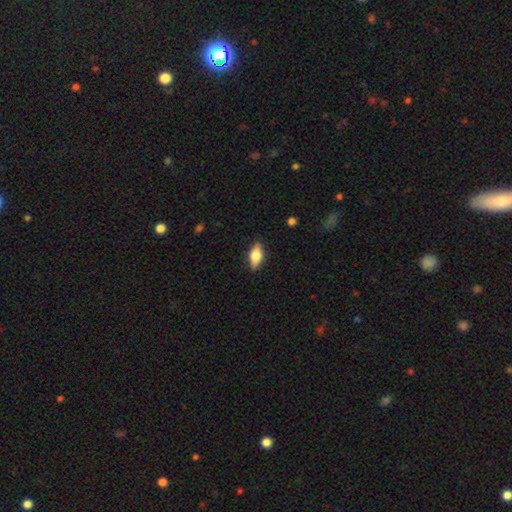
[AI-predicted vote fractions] A smooth galaxy with no disk features (66%) that is in between round and cigar-shaped (79%).

Vote fractions:
- Smooth or featured? smooth: 66% / featured or disk: 28% / star or artifact: 7%
- How rounded? in between: 79% / cigar-shaped: 18% / round: 4%
- Merging? none: 86% / minor disturbance: 10% / major disturbance: 2% / merger: 1%